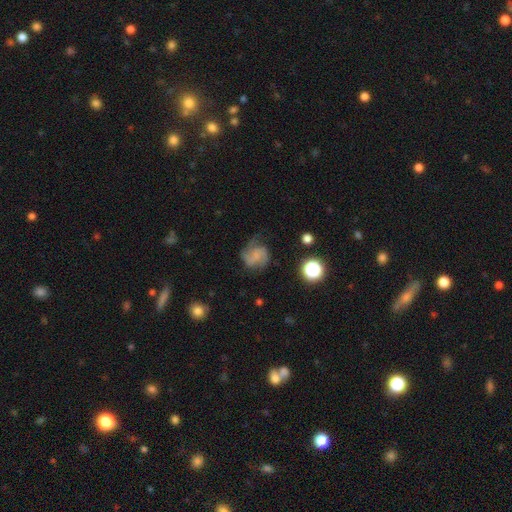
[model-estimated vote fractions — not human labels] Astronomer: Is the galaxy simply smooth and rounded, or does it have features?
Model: featured or disk — 61%.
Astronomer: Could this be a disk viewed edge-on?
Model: no — 98%.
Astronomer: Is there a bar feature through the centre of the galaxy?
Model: no — 61%.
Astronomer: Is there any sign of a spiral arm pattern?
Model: yes — 91%.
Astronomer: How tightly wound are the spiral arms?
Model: medium — 47% (runner-up: loose, 31%).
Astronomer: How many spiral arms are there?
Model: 2 — 57%.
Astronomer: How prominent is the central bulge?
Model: none — 45% (runner-up: small, 38%).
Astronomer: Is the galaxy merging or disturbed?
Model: none — 58%.